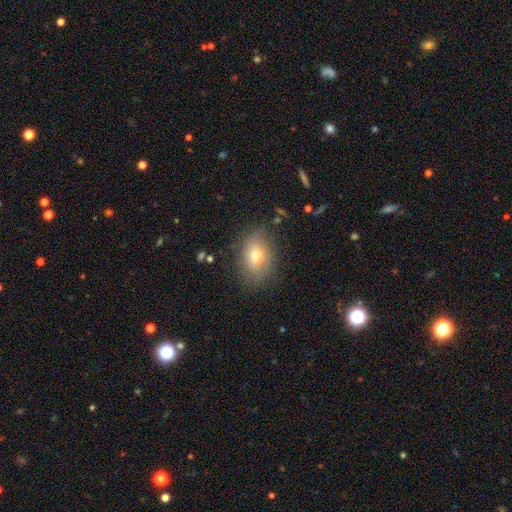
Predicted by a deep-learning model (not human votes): Q: Smooth or featured?
A: smooth (71%); runner-up: featured or disk (18%)
Q: How rounded?
A: in between (79%); runner-up: round (19%)
Q: Merging?
A: none (78%); runner-up: minor disturbance (16%)